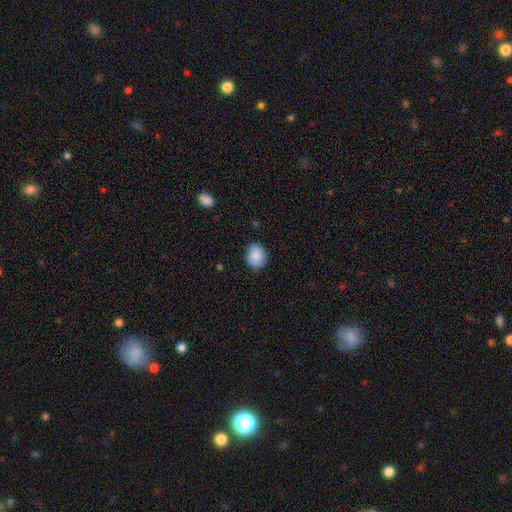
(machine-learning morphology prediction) This is clearly a smooth galaxy (85%). How rounded: likely round (61%). Merging: clearly none (83%).